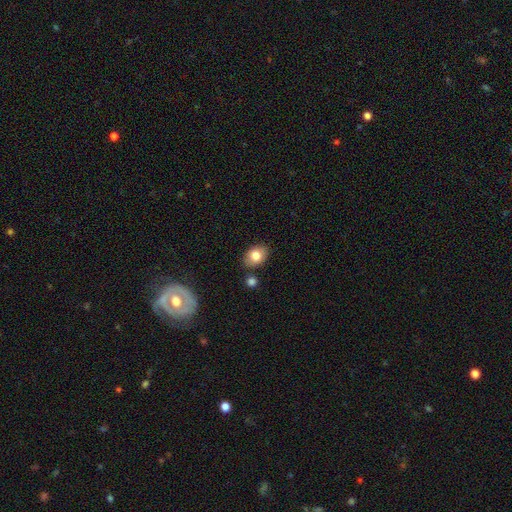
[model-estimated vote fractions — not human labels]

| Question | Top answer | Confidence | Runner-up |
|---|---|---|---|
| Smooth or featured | smooth | 81% | featured or disk (10%) |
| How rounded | in between | 71% | round (28%) |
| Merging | none | 80% | minor disturbance (12%) |